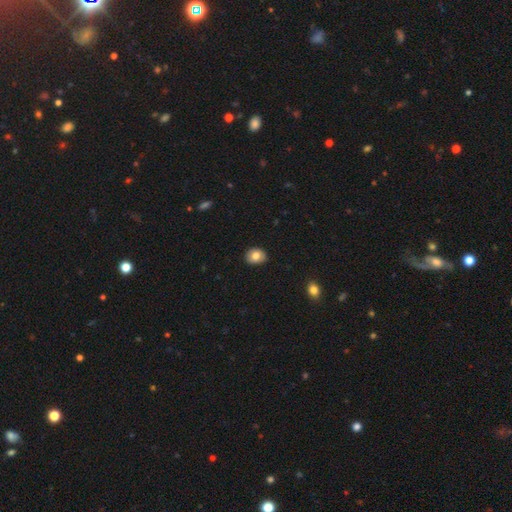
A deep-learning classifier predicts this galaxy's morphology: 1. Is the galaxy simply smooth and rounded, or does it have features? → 79% smooth, 13% featured or disk, 9% star or artifact.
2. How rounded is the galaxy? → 52% round, 47% in between, 1% cigar-shaped.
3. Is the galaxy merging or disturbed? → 87% none, 10% minor disturbance, 2% major disturbance, 1% merger.